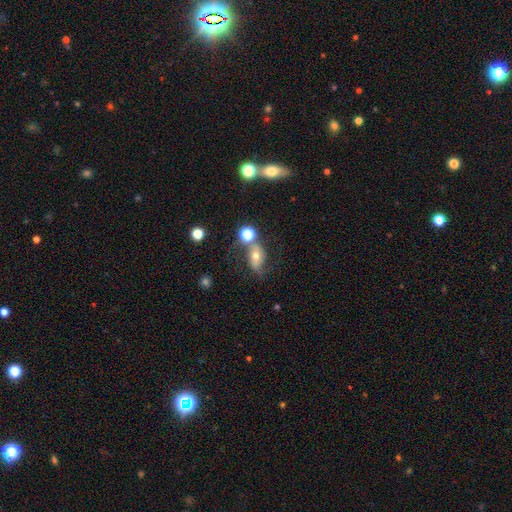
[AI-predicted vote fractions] The model was most divided on "smooth or featured": smooth: 45%, featured or disk: 40%, star or artifact: 15%. Remaining: merging — none (50%).